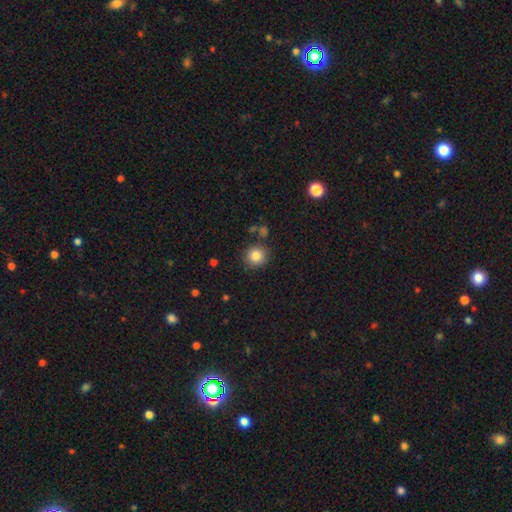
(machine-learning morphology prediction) Smooth or featured: smooth — 85% (star or artifact — 10%)
How rounded: round — 91% (in between — 8%)
Merging: none — 84% (minor disturbance — 9%)